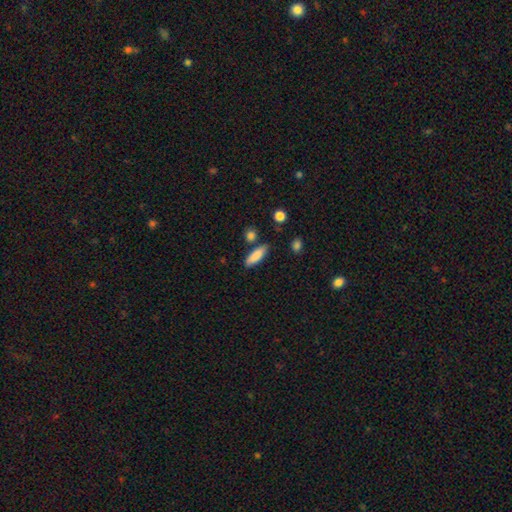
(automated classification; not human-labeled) smooth-or-featured: smooth: 86% | featured or disk: 8% | star or artifact: 6%
  how-rounded: in between: 49% (tied) | cigar-shaped: 49% (tied) | round: 3%
  merging: none: 80% | minor disturbance: 12% | merger: 5% | major disturbance: 3%